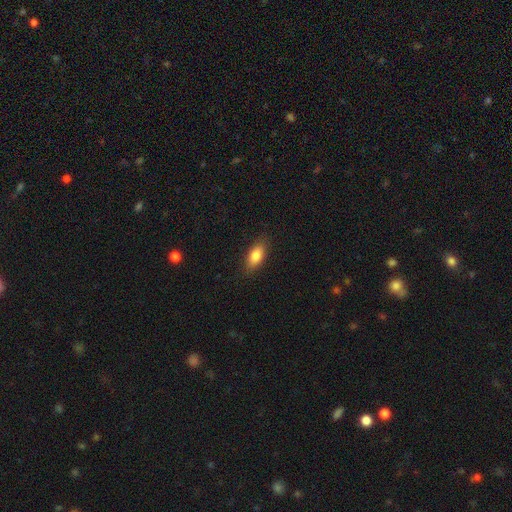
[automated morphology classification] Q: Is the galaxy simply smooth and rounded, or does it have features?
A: smooth — 83%.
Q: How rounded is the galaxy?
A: in between — 85%.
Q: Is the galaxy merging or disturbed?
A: none — 84%.